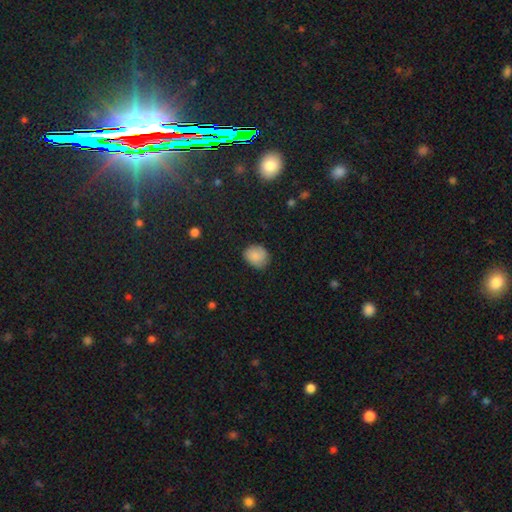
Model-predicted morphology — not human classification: This appears to be a smooth galaxy with no disk features (83%) that is round (62%). Merging: none (73%).